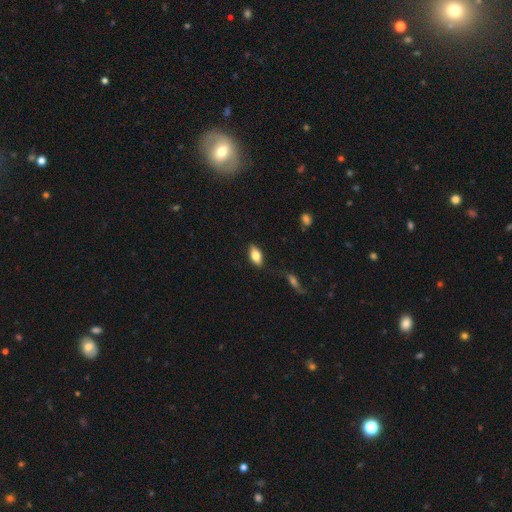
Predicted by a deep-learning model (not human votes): smooth 78%, featured or disk 15%, star or artifact 7%. Down the decision tree: how rounded — in between (90%); merging — none (84%).